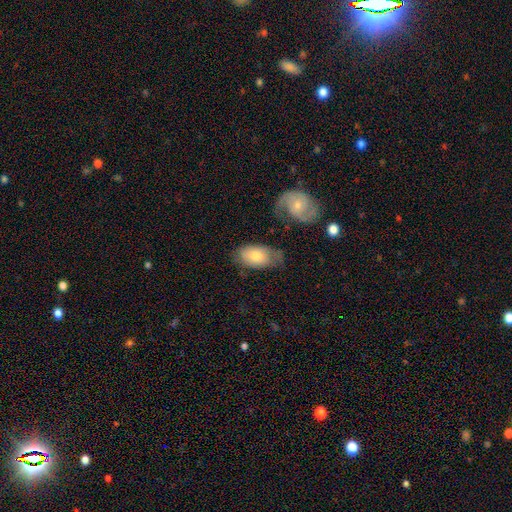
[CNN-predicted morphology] A smooth galaxy with no disk features (66%) that is in between round and cigar-shaped (92%).

Vote fractions:
- Smooth or featured? smooth: 66% / featured or disk: 28% / star or artifact: 6%
- How rounded? in between: 92% / round: 5% / cigar-shaped: 2%
- Merging? none: 51% / minor disturbance: 28% / major disturbance: 13% / merger: 8%